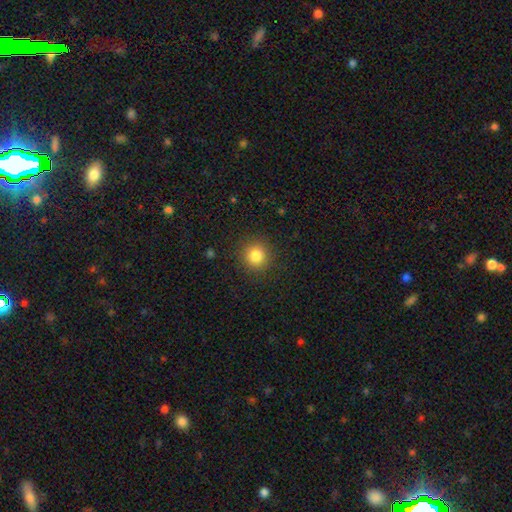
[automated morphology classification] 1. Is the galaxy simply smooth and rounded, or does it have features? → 83% smooth, 12% star or artifact, 5% featured or disk.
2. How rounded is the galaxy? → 94% round, 5% in between, 1% cigar-shaped.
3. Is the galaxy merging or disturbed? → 90% none, 6% minor disturbance, 2% major disturbance, 1% merger.